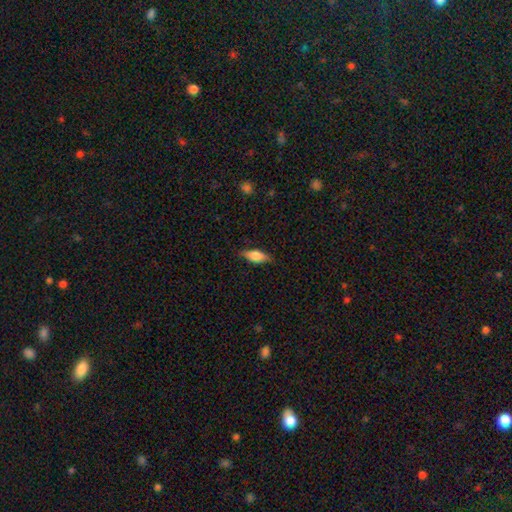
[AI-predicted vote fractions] smooth 69%, featured or disk 24%, star or artifact 7%. Down the decision tree: how rounded — in between (73%); merging — none (81%).